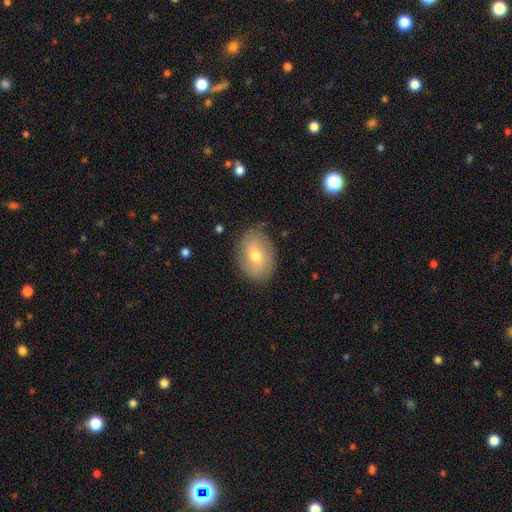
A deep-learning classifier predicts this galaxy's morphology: Smooth or featured? smooth (59%)
How rounded? in between (76%)
Merging? none (80%)